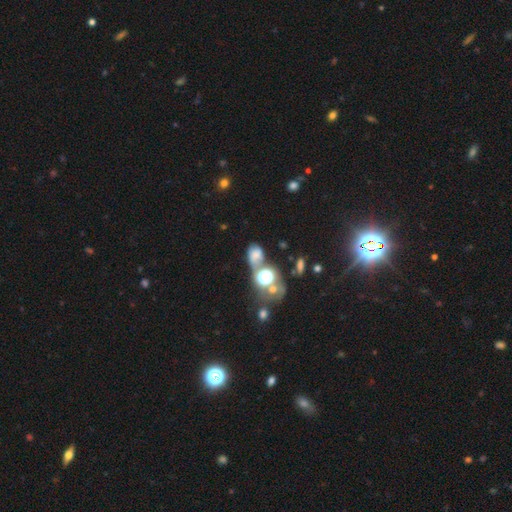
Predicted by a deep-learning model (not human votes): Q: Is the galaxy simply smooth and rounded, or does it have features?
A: smooth — 57%.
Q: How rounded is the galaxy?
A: in between — 59%.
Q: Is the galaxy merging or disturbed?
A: merger — 38%.